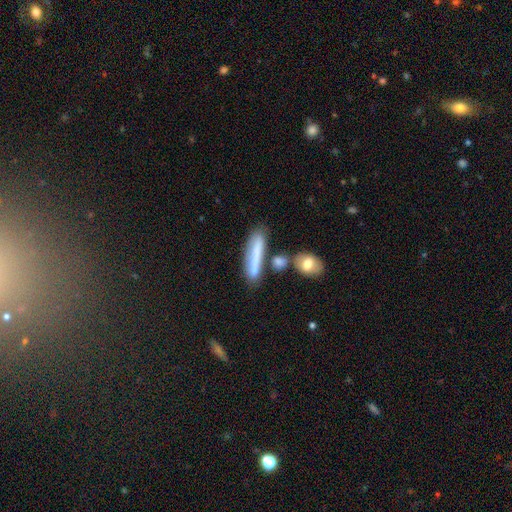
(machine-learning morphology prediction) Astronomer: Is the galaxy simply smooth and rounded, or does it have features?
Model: smooth — 65%.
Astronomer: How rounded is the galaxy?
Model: cigar-shaped — 85%.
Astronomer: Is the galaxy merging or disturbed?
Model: none — 68%.